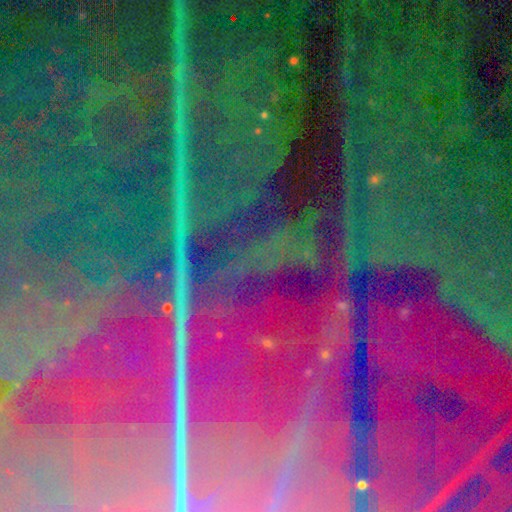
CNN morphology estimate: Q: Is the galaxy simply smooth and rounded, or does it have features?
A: star or artifact — 89%.